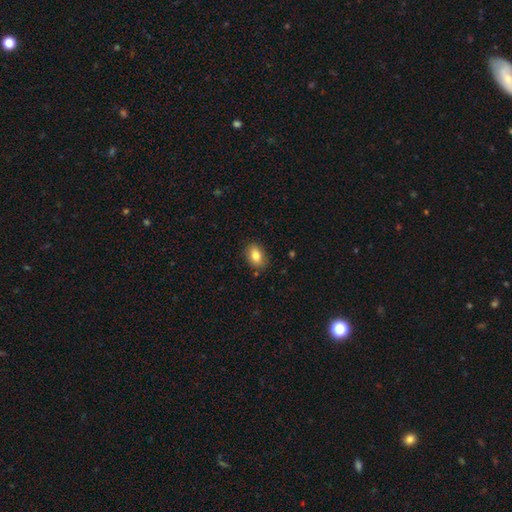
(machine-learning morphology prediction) smooth_or_featured: smooth (p=0.83) [alt: featured or disk p=0.08]
how_rounded: in between (p=0.83) [alt: round p=0.16]
merging: none (p=0.84) [alt: minor disturbance p=0.12]